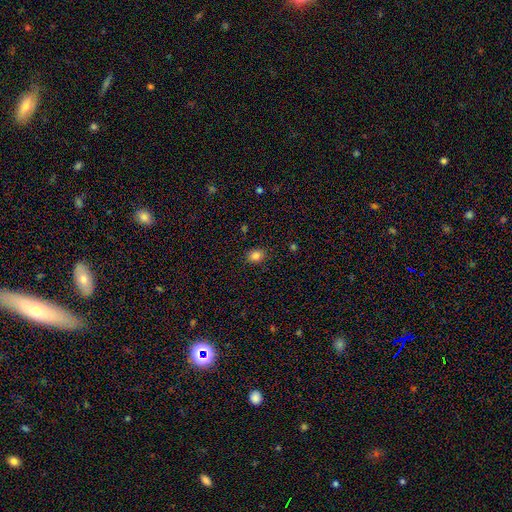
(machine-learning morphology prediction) Smooth or featured? Predicted: smooth (p=0.84). How rounded? Predicted: round (p=0.51). Merging? Predicted: none (p=0.87).